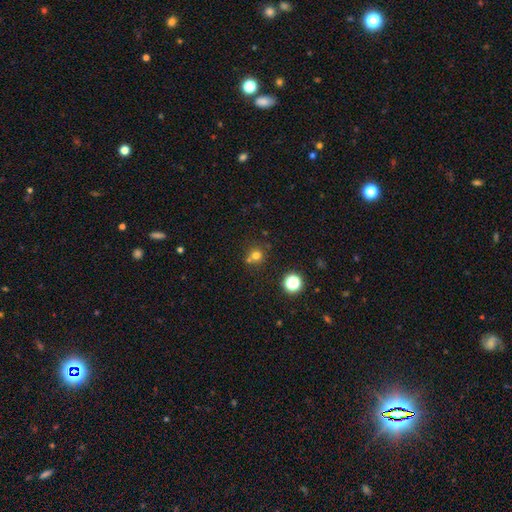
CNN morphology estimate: Smooth or featured? Predicted: smooth (p=0.71). How rounded? Predicted: round (p=0.89). Merging? Predicted: none (p=0.63).